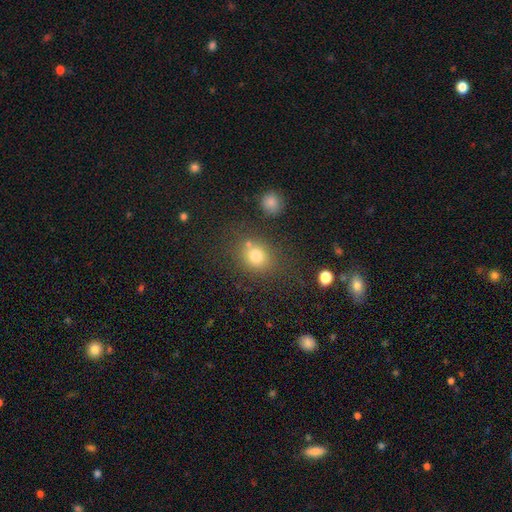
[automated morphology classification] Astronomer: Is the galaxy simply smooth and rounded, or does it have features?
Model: smooth — 76%.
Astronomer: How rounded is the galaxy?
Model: round — 70%.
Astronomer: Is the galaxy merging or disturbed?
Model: none — 71%.